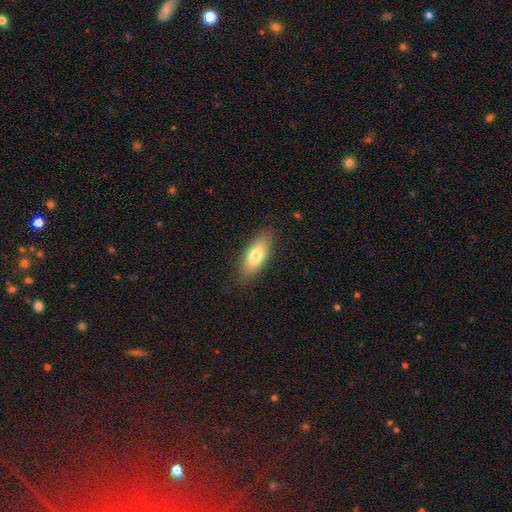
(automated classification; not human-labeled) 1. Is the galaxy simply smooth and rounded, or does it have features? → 74% smooth, 19% featured or disk, 7% star or artifact.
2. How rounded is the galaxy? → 74% in between, 23% cigar-shaped, 3% round.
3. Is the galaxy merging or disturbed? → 85% none, 11% minor disturbance, 3% major disturbance, 1% merger.